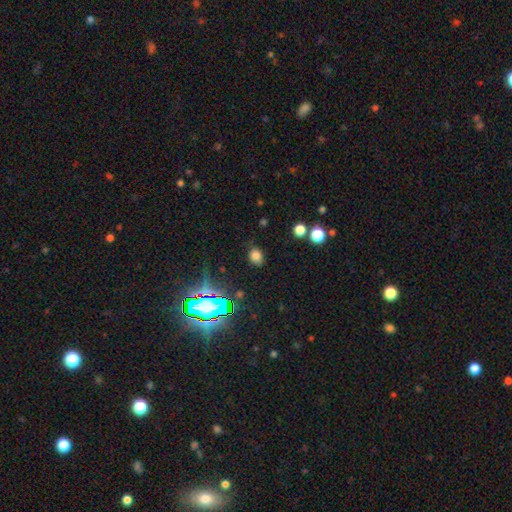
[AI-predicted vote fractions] A smooth galaxy with no disk features (72%) that is in between round and cigar-shaped (53%).

Vote fractions:
- Smooth or featured? smooth: 72% / star or artifact: 21% / featured or disk: 7%
- How rounded? in between: 53% / round: 46% / cigar-shaped: 1%
- Merging? none: 73% / minor disturbance: 19% / major disturbance: 6% / merger: 2%